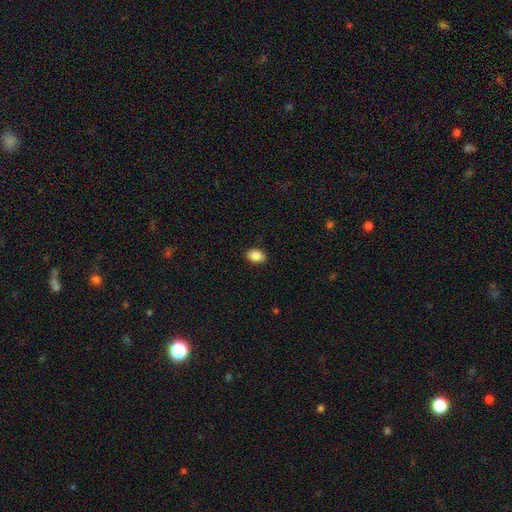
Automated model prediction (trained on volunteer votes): Overall: smooth (88%). How rounded: in between (84%). Merging: none (89%).